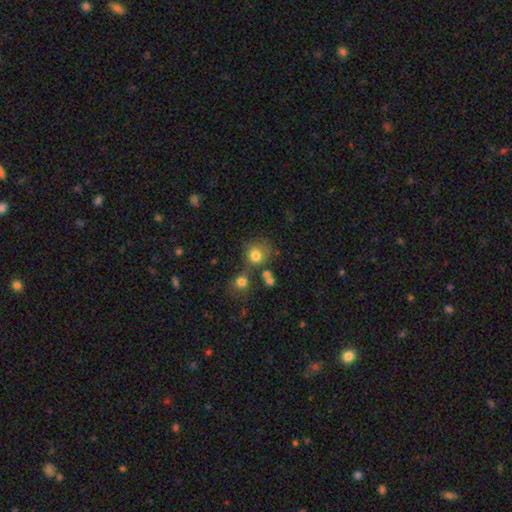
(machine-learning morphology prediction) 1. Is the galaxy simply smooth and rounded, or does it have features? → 77% smooth, 13% star or artifact, 11% featured or disk.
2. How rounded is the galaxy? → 83% round, 16% in between, 1% cigar-shaped.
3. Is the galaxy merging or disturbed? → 53% none, 23% merger, 16% minor disturbance, 9% major disturbance.